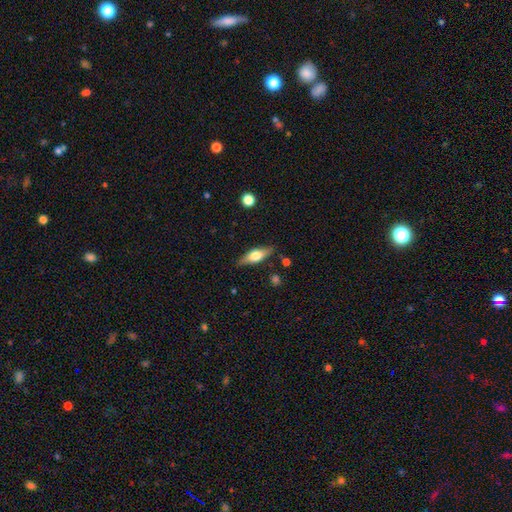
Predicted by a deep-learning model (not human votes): Morphology: type=smooth (52%); roundness=in between (59%); merging=none (83%).